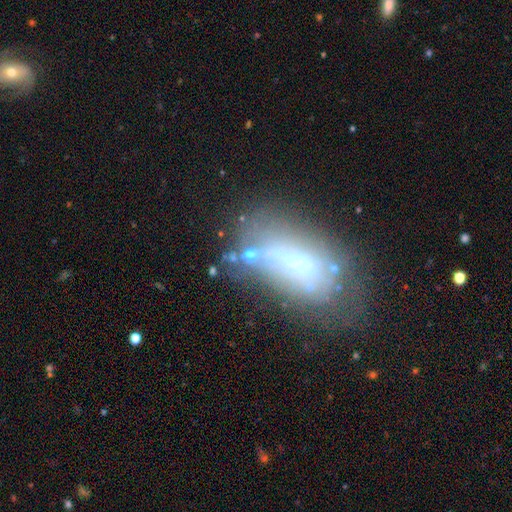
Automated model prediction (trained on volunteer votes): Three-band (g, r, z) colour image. It shows a featured or disk galaxy (47%). Merging: none (48%).